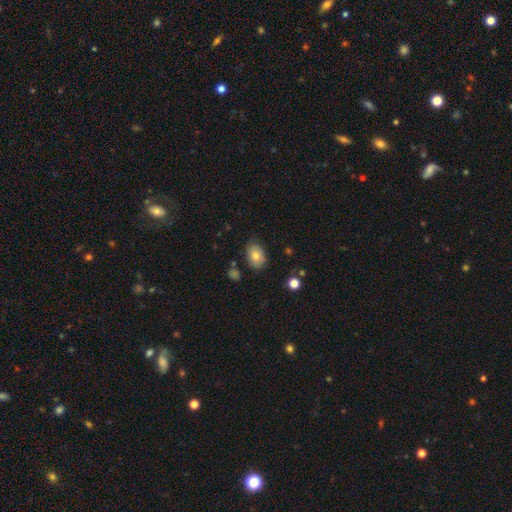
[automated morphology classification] This is likely a smooth galaxy (77%). How rounded: clearly in between (81%). Merging: likely none (75%).